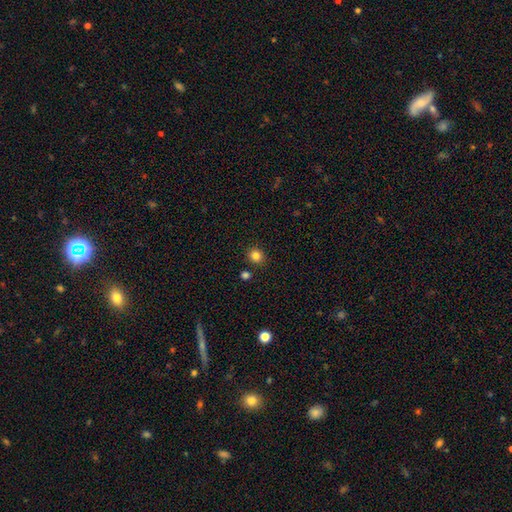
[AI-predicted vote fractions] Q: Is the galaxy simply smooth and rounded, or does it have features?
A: smooth — 83%.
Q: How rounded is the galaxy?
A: round — 85%.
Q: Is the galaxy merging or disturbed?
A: none — 86%.